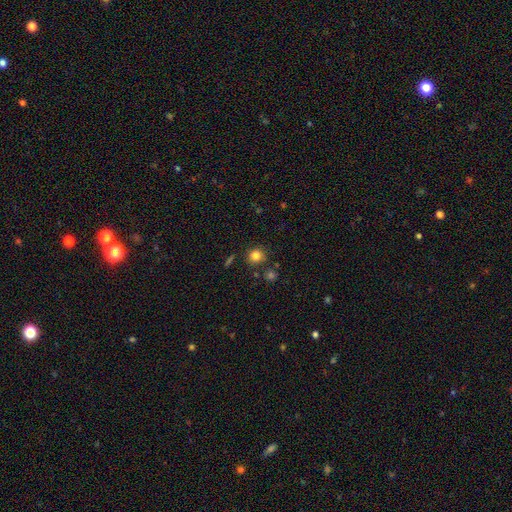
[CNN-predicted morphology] This is clearly a smooth galaxy (82%). How rounded: clearly round (89%). Merging: clearly none (84%).